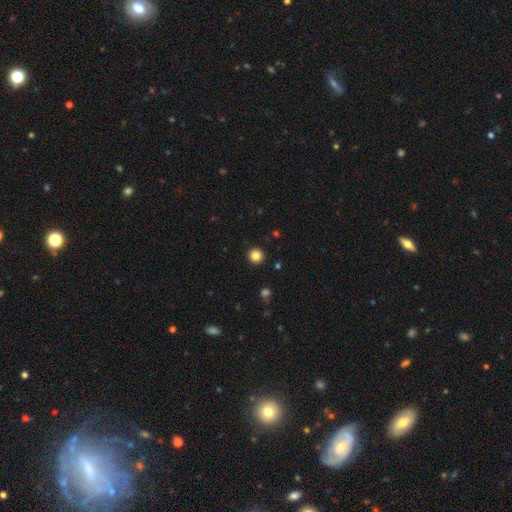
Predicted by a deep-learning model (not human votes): Smooth or featured? smooth (84%)
How rounded? round (96%)
Merging? none (93%)